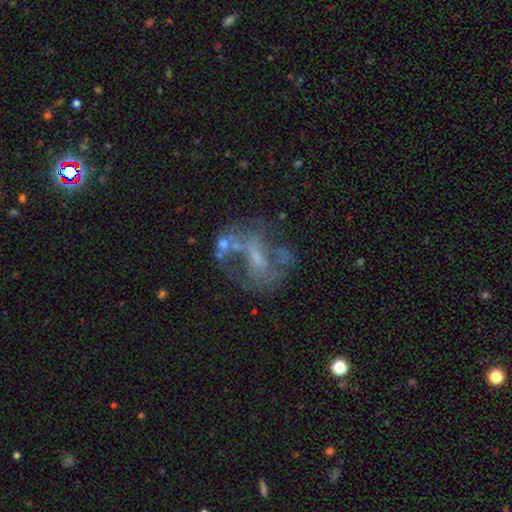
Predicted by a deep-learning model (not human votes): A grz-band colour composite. It shows a featured or disk galaxy (61%) with no bar (51%), no spiral arms (55%) and a small central bulge (43%). Merging: none (43%).